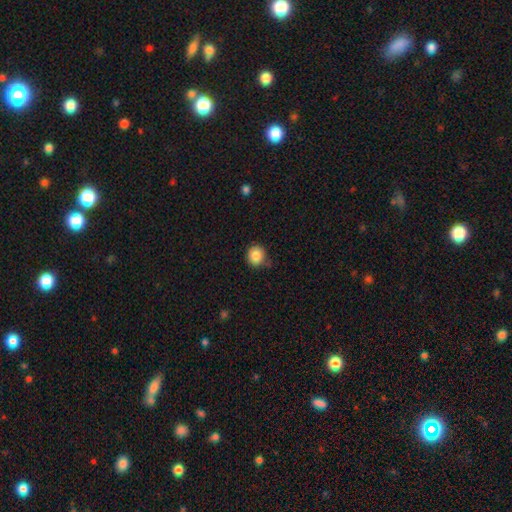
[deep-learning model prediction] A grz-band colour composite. It shows a smooth galaxy with no disk features (85%) that is round (88%). Merging: none (78%).